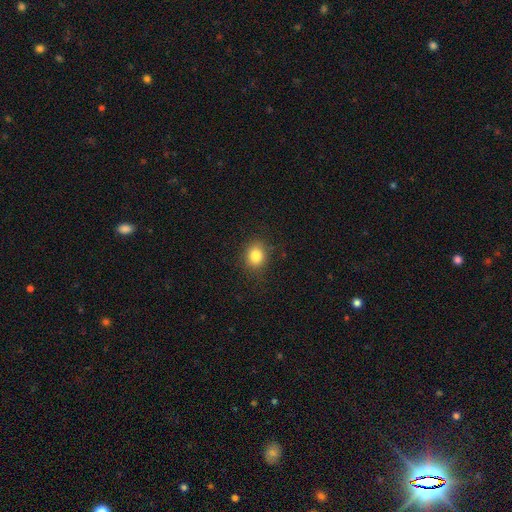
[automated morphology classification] The model was most divided on "how rounded": round: 63%, in between: 36%, cigar-shaped: 1%. More confident: merging — none (86%); smooth or featured — smooth (83%).